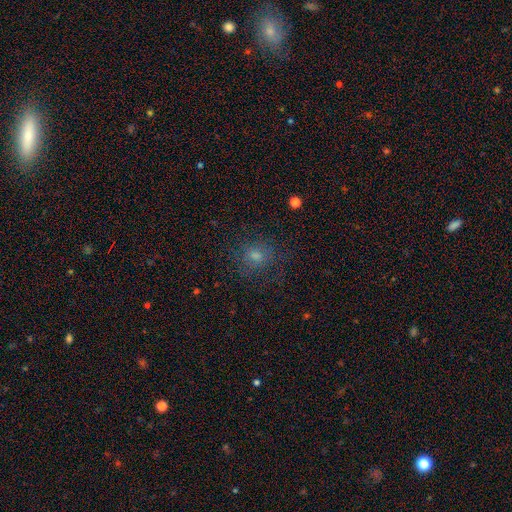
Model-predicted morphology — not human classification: Smooth or featured: smooth — 62% (star or artifact — 24%)
How rounded: round — 79% (in between — 19%)
Merging: none — 78% (minor disturbance — 13%)